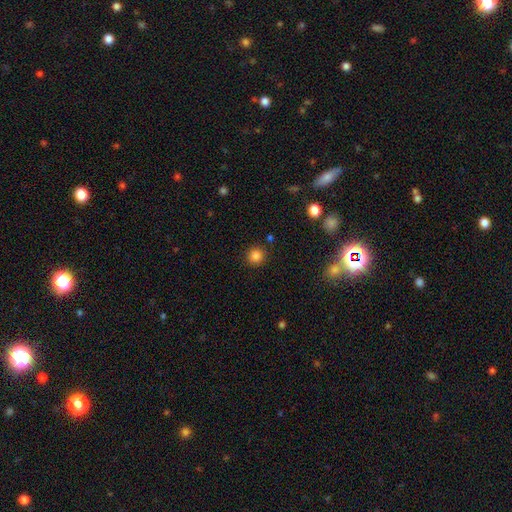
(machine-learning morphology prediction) Overall: smooth (83%). How rounded: round (92%). Merging: none (89%).